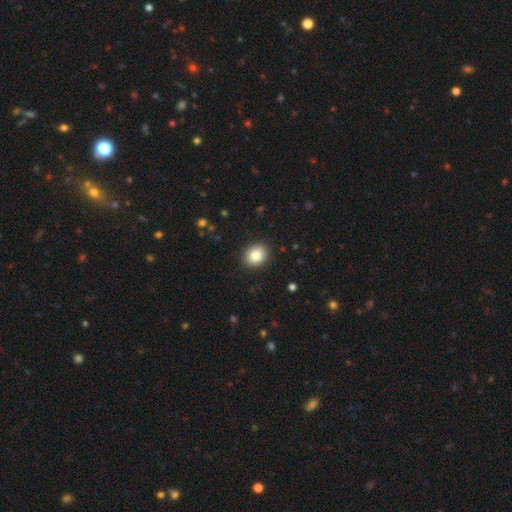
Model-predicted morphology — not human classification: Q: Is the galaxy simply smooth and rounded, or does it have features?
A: smooth — 84%.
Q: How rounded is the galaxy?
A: round — 58%.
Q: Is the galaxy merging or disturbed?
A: none — 91%.